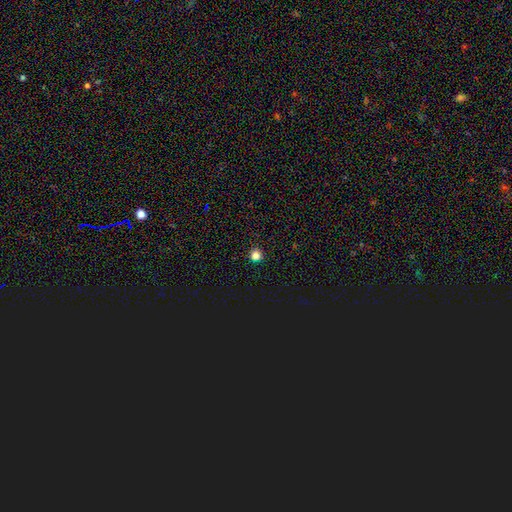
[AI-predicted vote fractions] Smooth or featured: smooth — 78% (star or artifact — 19%)
How rounded: round — 93% (in between — 6%)
Merging: none — 92% (minor disturbance — 5%)